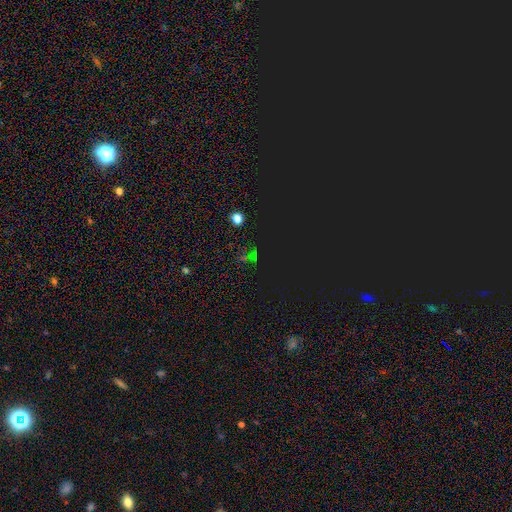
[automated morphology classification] Smooth or featured? star or artifact (73%)